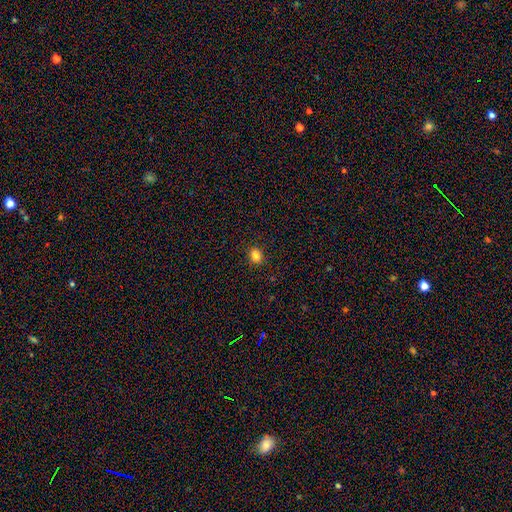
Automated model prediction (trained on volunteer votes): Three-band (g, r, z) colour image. It shows a smooth galaxy with no disk features (84%) that is round (52%). Merging: none (90%).